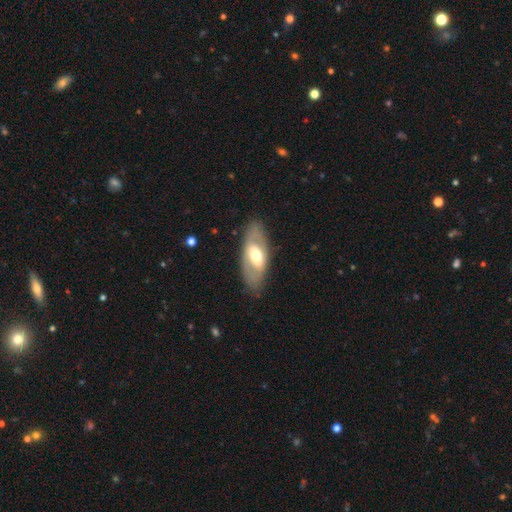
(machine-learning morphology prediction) smooth-or-featured: featured or disk: 53% | smooth: 42% | star or artifact: 5%
  disk-edge-on: no: 81% | yes: 19%
  merging: none: 82% | minor disturbance: 12% | major disturbance: 5% | merger: 1%